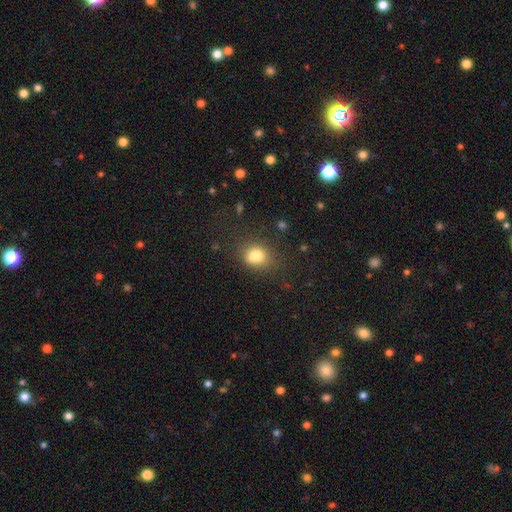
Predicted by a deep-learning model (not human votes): The model was most divided on "how rounded": in between: 56%, round: 43%, cigar-shaped: 1%. More confident: smooth or featured — smooth (81%); merging — none (67%).